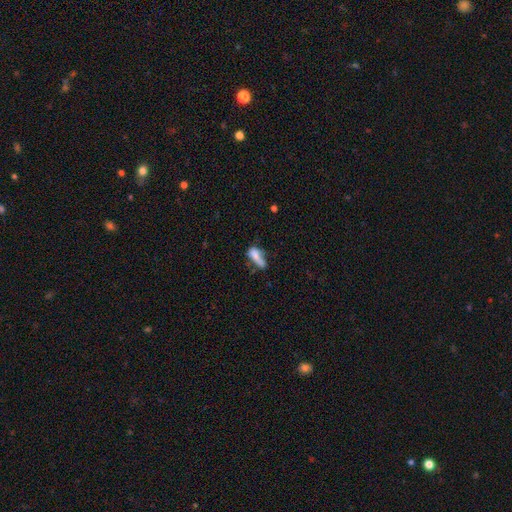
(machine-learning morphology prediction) A smooth galaxy with no disk features (64%) that is in between round and cigar-shaped (61%).

Vote fractions:
- Smooth or featured? smooth: 64% / featured or disk: 25% / star or artifact: 11%
- How rounded? in between: 61% / cigar-shaped: 34% / round: 5%
- Merging? none: 28% / major disturbance: 25% / merger: 24% / minor disturbance: 23%